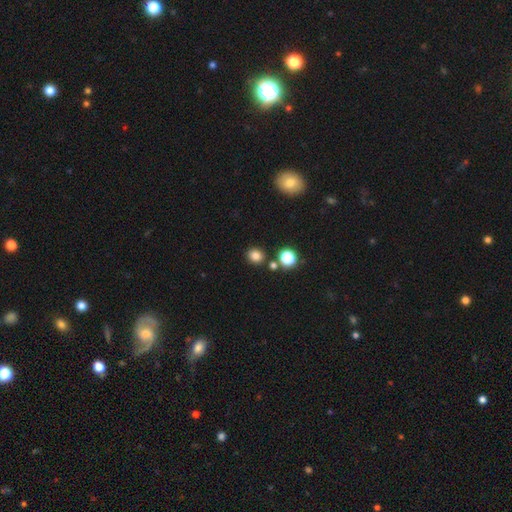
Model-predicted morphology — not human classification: smooth-or-featured: smooth: 80% | star or artifact: 14% | featured or disk: 5%
  how-rounded: round: 77% | in between: 22% | cigar-shaped: 1%
  merging: none: 82% | minor disturbance: 8% | merger: 8% | major disturbance: 2%